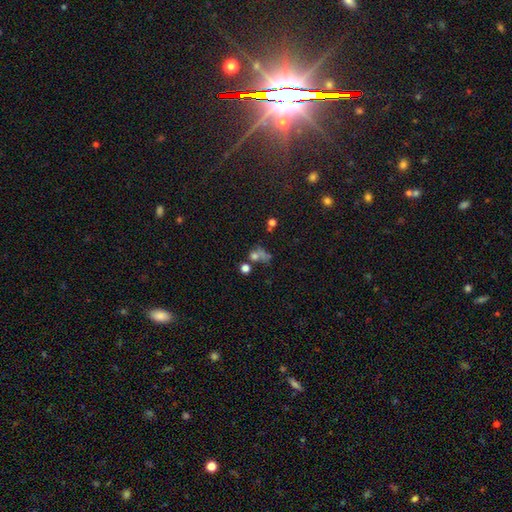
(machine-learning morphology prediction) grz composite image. It shows a smooth galaxy with no disk features (57%) that is round (65%). Merging: merger (35%).